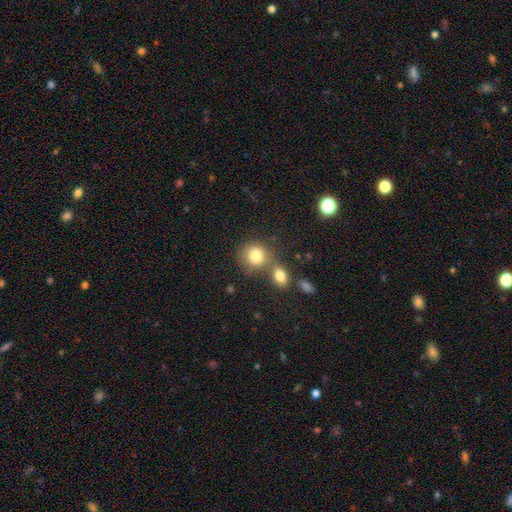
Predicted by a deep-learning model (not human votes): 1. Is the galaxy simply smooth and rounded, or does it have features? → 82% smooth, 9% star or artifact, 9% featured or disk.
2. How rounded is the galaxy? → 77% round, 22% in between, 1% cigar-shaped.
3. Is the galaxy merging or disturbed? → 50% none, 34% merger, 11% minor disturbance, 5% major disturbance.